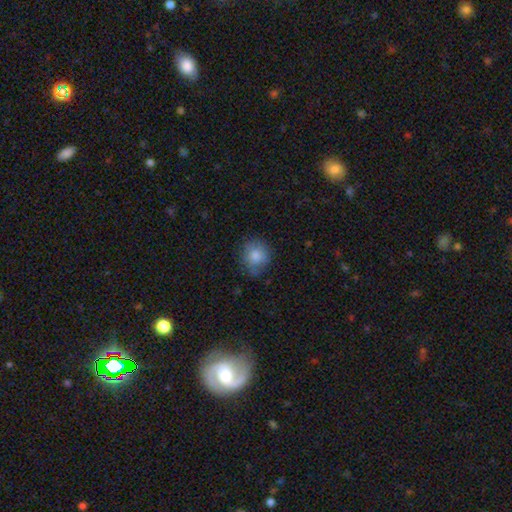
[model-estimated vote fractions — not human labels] Smooth or featured? smooth (83%)
How rounded? round (80%)
Merging? none (70%)